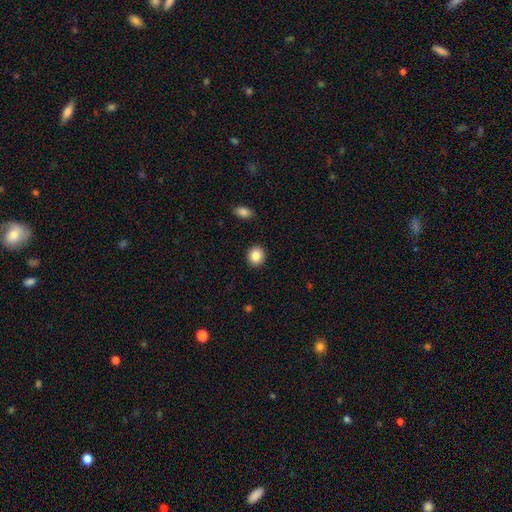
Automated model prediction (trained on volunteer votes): smooth_or_featured: smooth (p=0.86) [alt: star or artifact p=0.09]
how_rounded: round (p=0.80) [alt: in between p=0.19]
merging: none (p=0.92) [alt: minor disturbance p=0.05]